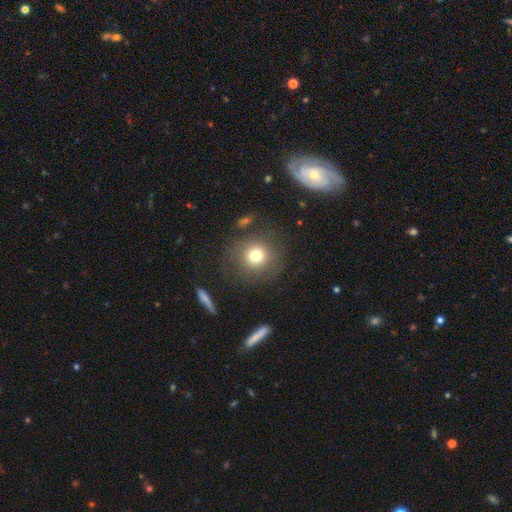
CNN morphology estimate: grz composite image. It shows a smooth galaxy with no disk features (75%) that is round (90%). Merging: none (81%).